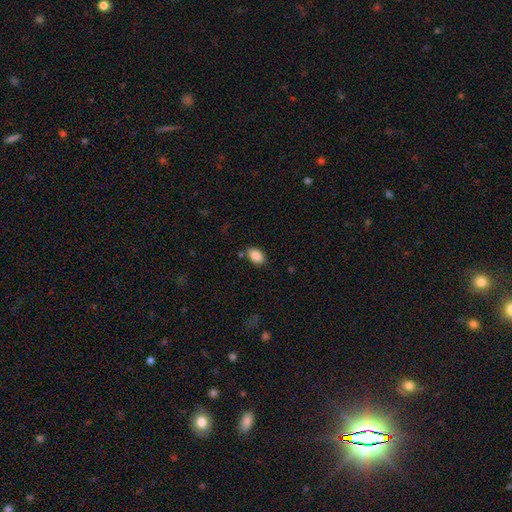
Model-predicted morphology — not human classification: A smooth galaxy with no disk features (88%) that is in between round and cigar-shaped (88%).

Vote fractions:
- Smooth or featured? smooth: 88% / star or artifact: 8% / featured or disk: 4%
- How rounded? in between: 88% / round: 11% / cigar-shaped: 1%
- Merging? none: 79% / minor disturbance: 14% / merger: 4% / major disturbance: 3%